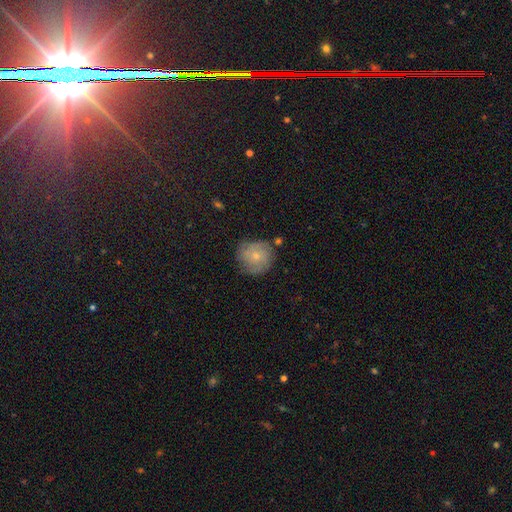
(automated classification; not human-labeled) smooth_or_featured: smooth (p=0.46) [tied with: featured or disk p=0.46]
merging: none (p=0.71) [alt: minor disturbance p=0.20]